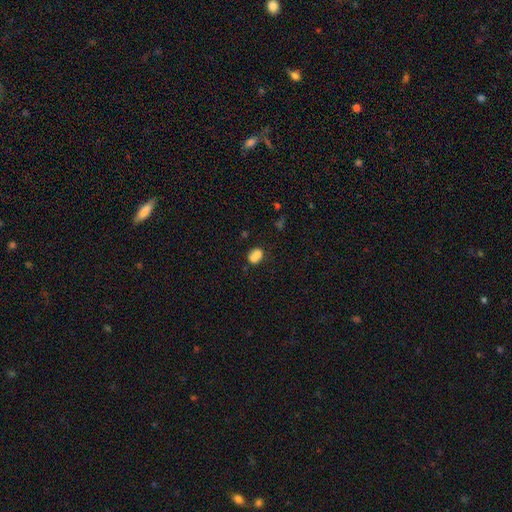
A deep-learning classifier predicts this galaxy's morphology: smooth_or_featured: smooth (p=0.72) [alt: featured or disk p=0.17]
how_rounded: round (p=0.56) [alt: in between p=0.43]
merging: merger (p=0.52) [alt: none p=0.31]